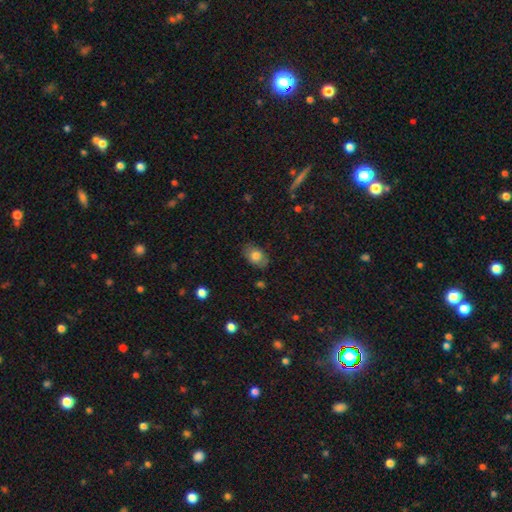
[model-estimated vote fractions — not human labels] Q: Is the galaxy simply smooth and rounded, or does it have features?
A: smooth — 78%.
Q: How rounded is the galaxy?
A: in between — 86%.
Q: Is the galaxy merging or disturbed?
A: none — 81%.